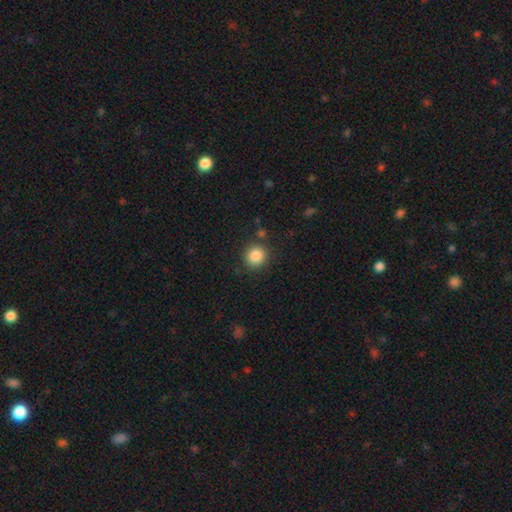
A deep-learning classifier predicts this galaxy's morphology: smooth_or_featured: smooth (p=0.86) [alt: star or artifact p=0.10]
how_rounded: round (p=0.89) [alt: in between p=0.10]
merging: none (p=0.86) [alt: minor disturbance p=0.09]